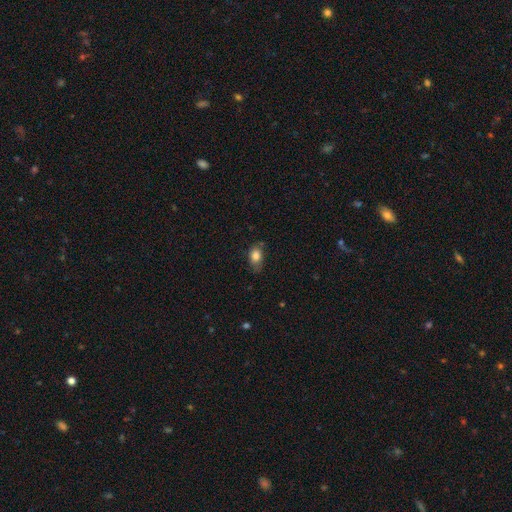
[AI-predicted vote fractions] Morphology: type=smooth (82%); roundness=in between (80%); merging=none (63%).